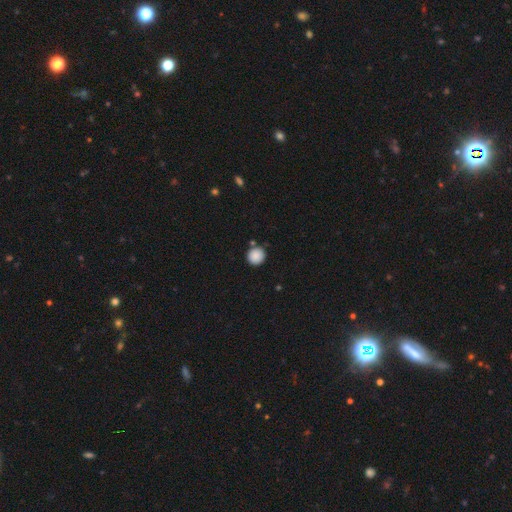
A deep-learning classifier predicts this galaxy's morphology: A smooth galaxy with no disk features (89%) that is round (93%).

Vote fractions:
- Smooth or featured? smooth: 89% / star or artifact: 9% / featured or disk: 3%
- How rounded? round: 93% / in between: 6% / cigar-shaped: 1%
- Merging? none: 84% / minor disturbance: 9% / merger: 5% / major disturbance: 2%